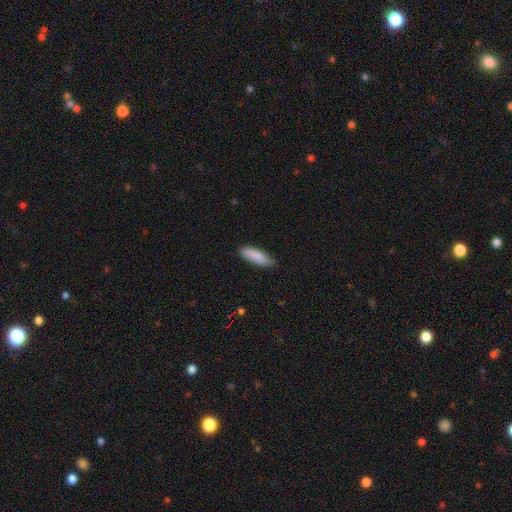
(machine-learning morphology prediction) A smooth galaxy with no disk features (88%) that is cigar-shaped (56%). Merging: none (78%).